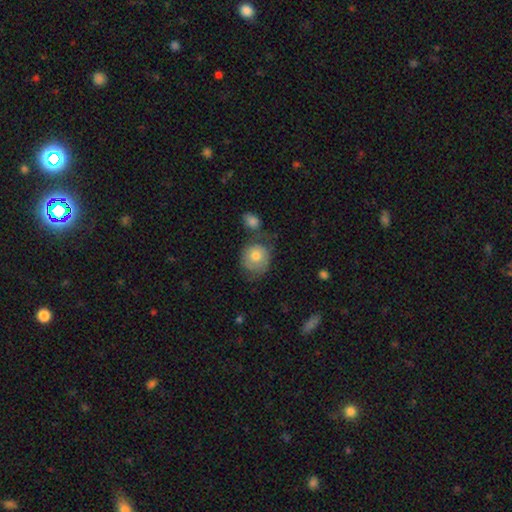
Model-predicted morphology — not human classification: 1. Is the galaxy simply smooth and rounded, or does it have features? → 70% smooth, 23% featured or disk, 7% star or artifact.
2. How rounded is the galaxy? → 81% round, 18% in between, 1% cigar-shaped.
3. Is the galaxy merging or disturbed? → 47% none, 24% minor disturbance, 16% merger, 13% major disturbance.